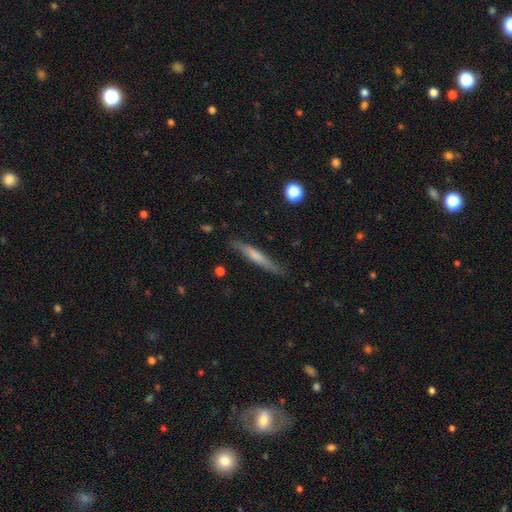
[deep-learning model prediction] smooth_or_featured: smooth (p=0.55) [alt: featured or disk p=0.39]
how_rounded: cigar-shaped (p=0.93) [alt: in between p=0.05]
merging: none (p=0.83) [alt: minor disturbance p=0.13]